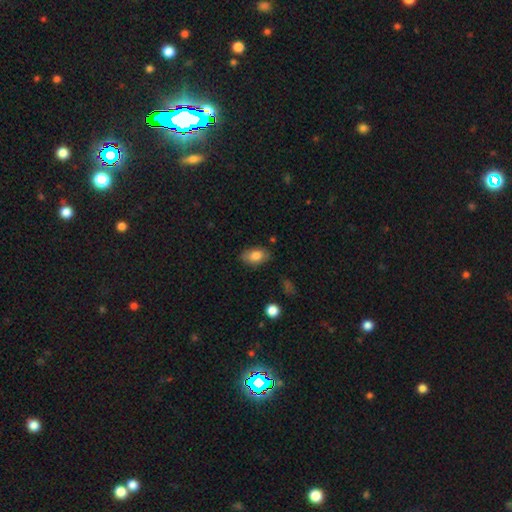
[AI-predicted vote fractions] smooth 82%, featured or disk 11%, star or artifact 7%. Down the decision tree: how rounded — in between (89%); merging — none (81%).